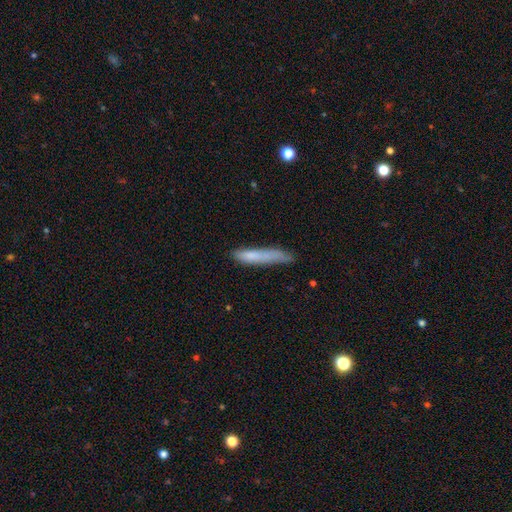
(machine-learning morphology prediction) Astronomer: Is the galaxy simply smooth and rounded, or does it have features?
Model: smooth — 75%.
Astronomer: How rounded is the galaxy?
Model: cigar-shaped — 91%.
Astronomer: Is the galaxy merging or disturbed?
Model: none — 61%.